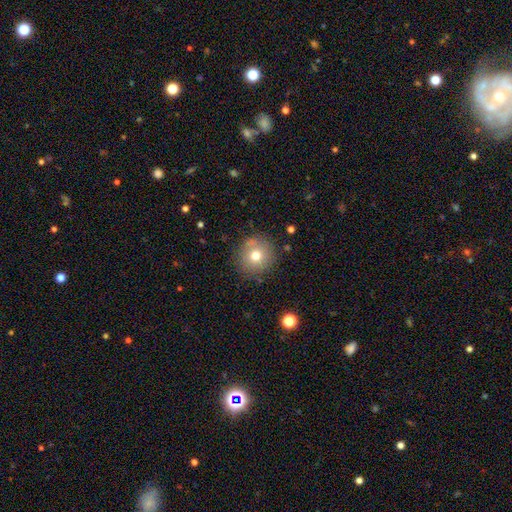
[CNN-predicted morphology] Smooth or featured? smooth (72%)
How rounded? round (93%)
Merging? none (84%)